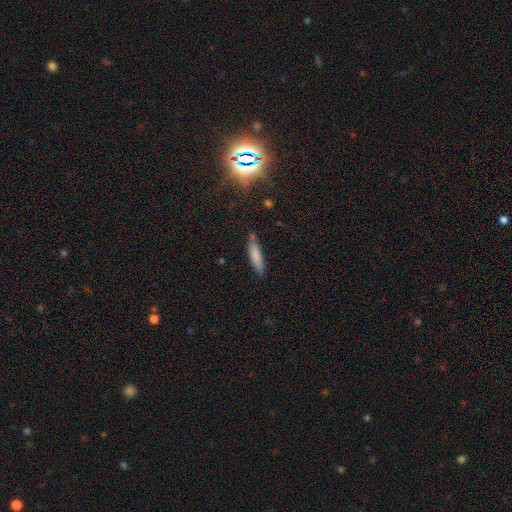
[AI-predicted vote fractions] The model was most divided on "how rounded": cigar-shaped: 65%, in between: 34%, round: 2%. More confident: smooth or featured — smooth (81%); merging — none (75%).